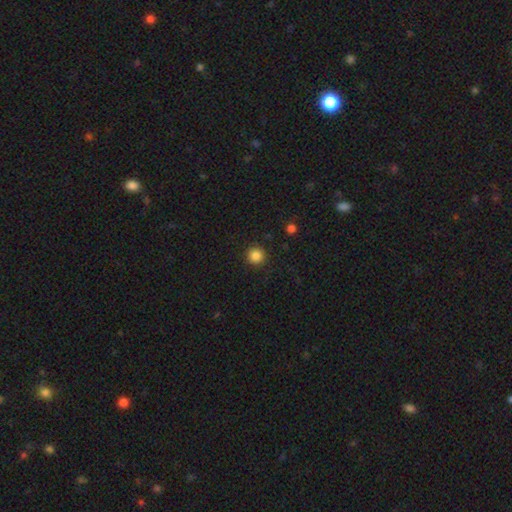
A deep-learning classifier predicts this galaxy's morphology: smooth 85%, star or artifact 11%, featured or disk 3%. Down the decision tree: how rounded — round (95%); merging — none (92%).